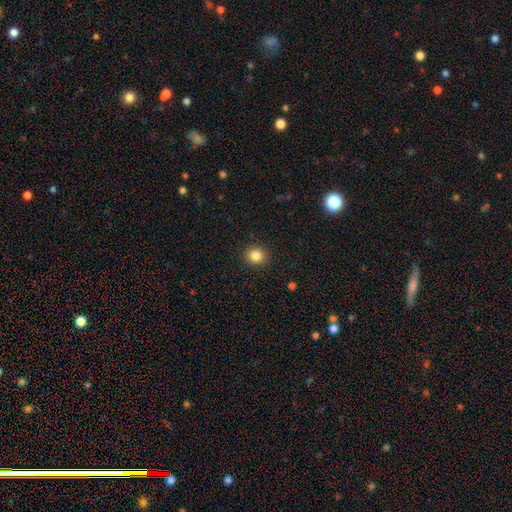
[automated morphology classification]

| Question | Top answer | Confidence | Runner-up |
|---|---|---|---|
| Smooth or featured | smooth | 85% | star or artifact (10%) |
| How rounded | round | 81% | in between (19%) |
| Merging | none | 91% | minor disturbance (6%) |